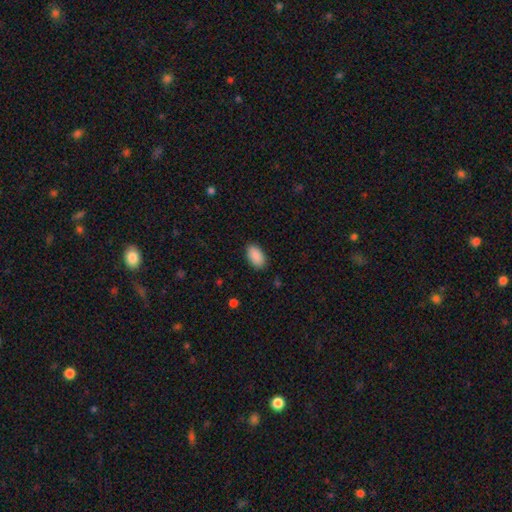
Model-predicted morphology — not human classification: A smooth galaxy with no disk features (90%) that is in between round and cigar-shaped (94%). Merging: none (87%).